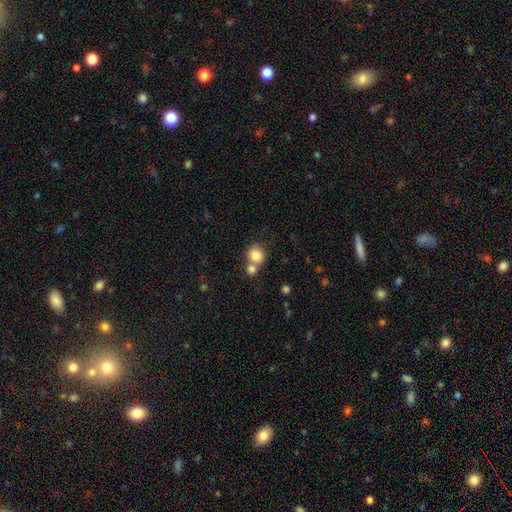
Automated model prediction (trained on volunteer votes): The model was most divided on "merging": none: 49%, merger: 40%, minor disturbance: 8%, major disturbance: 3%. More confident: how rounded — round (85%); smooth or featured — smooth (82%).